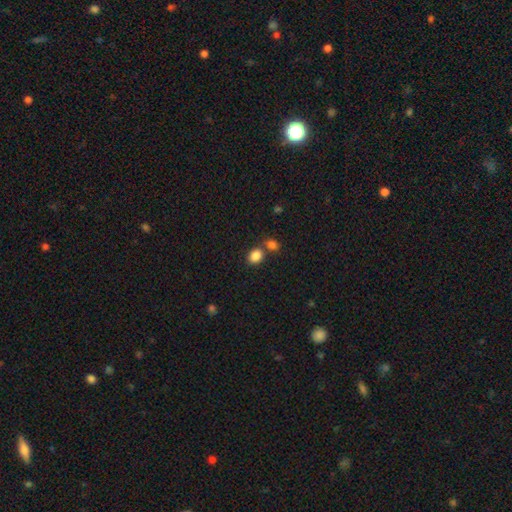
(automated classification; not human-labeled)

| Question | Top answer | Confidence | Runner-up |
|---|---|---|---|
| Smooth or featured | smooth | 86% | star or artifact (9%) |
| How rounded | in between | 59% | round (40%) |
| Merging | none | 61% | merger (27%) |